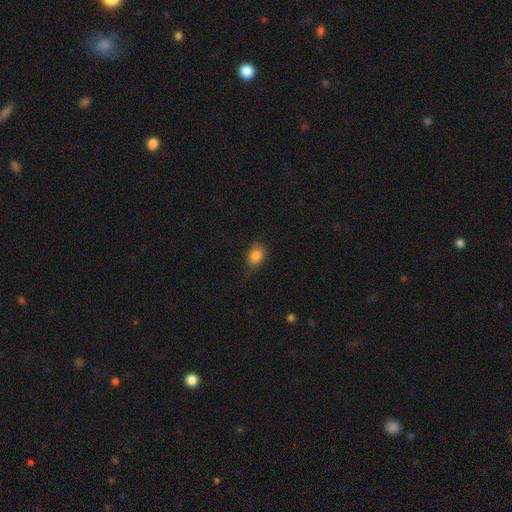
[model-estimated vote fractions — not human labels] Smooth or featured? smooth (83%)
How rounded? in between (70%)
Merging? none (66%)